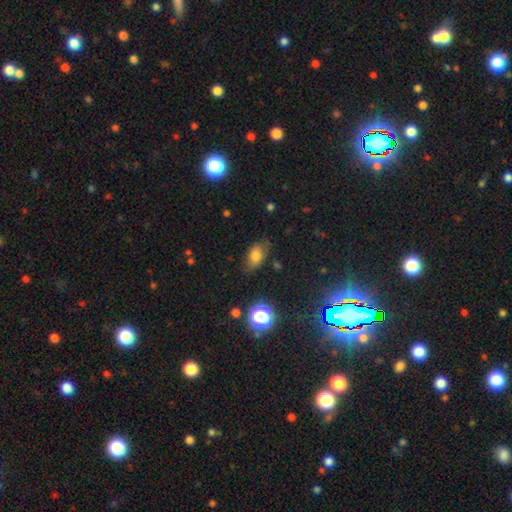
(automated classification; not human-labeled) Smooth or featured?
  - smooth: 72% *
  - featured or disk: 14%
  - star or artifact: 14%
How rounded?
  - in between: 86% *
  - round: 11%
  - cigar-shaped: 3%
Merging?
  - none: 73% *
  - minor disturbance: 20%
  - major disturbance: 5%
  - merger: 2%